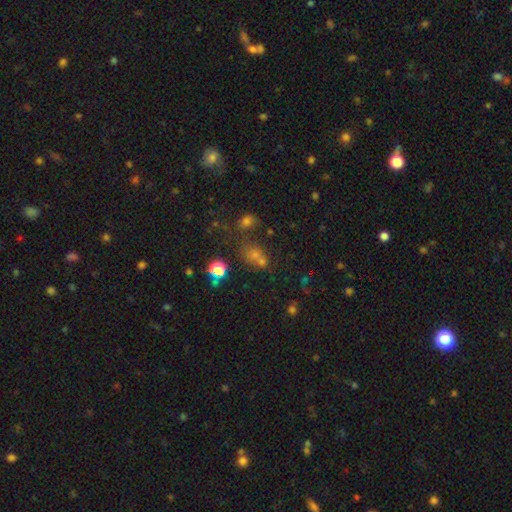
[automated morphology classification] Smooth or featured: smooth — 51% (star or artifact — 36%)
How rounded: round — 55% (in between — 42%)
Merging: none — 44% (merger — 36%)